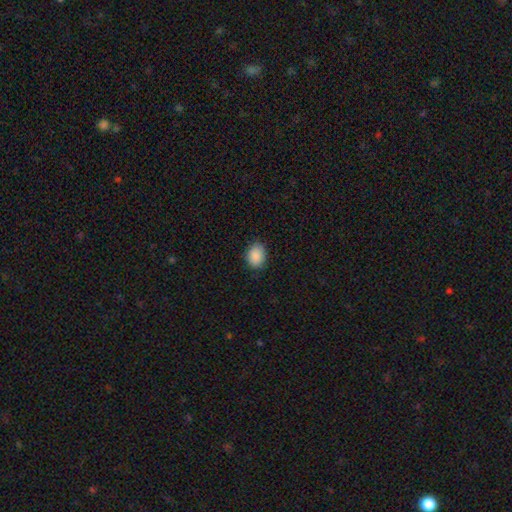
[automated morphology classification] Smooth or featured? Predicted: smooth (p=0.89). How rounded? Predicted: in between (p=0.63). Merging? Predicted: none (p=0.82).